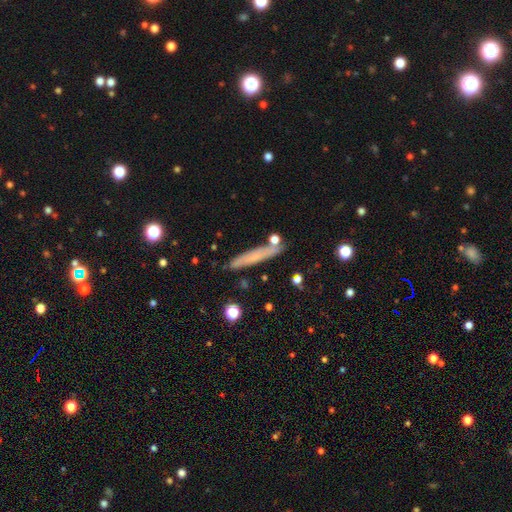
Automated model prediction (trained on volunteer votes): Q: Smooth or featured?
A: smooth (61%); runner-up: featured or disk (30%)
Q: How rounded?
A: cigar-shaped (93%); runner-up: in between (5%)
Q: Merging?
A: none (80%); runner-up: minor disturbance (12%)